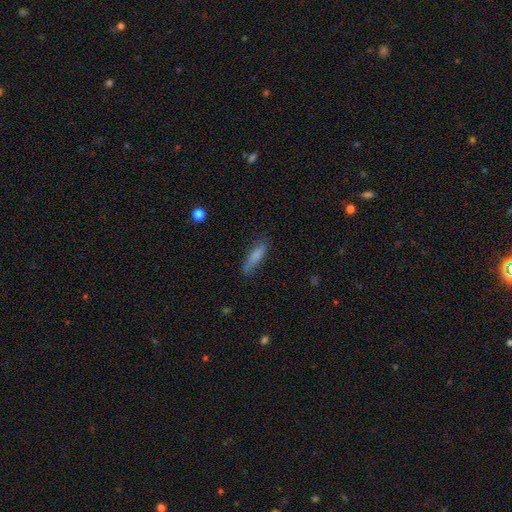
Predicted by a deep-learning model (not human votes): Smooth or featured? smooth (78%)
How rounded? cigar-shaped (66%)
Merging? none (73%)